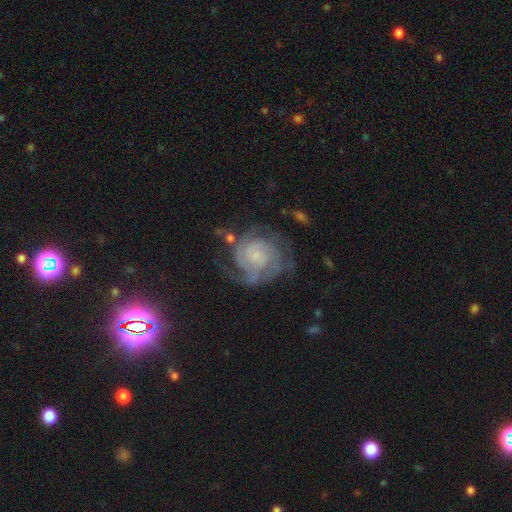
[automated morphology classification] Overall: featured or disk (83%). Edge-on disk: no (98%). Bar: no (70%). Spiral arms: yes (95%). Spiral arm count: can't tell (28%, tied with 2). Spiral winding: tight (61%; medium 30%). Bulge size: small (64%). Merging: none (61%).